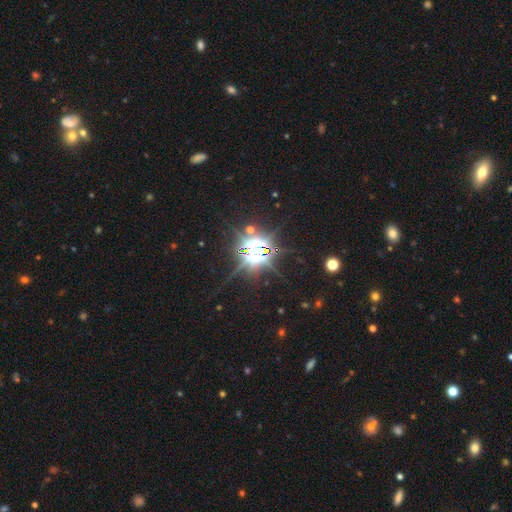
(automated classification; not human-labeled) Smooth or featured? star or artifact (85%)